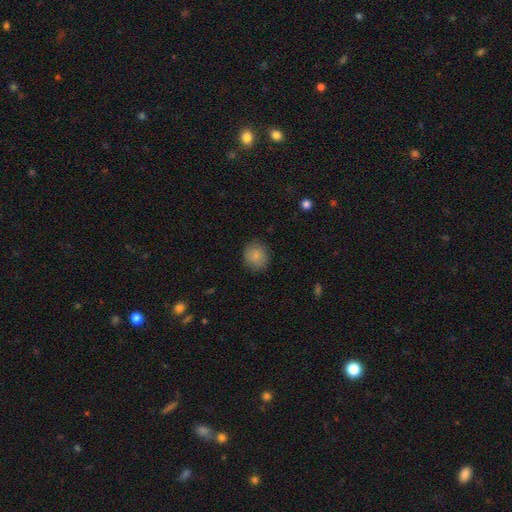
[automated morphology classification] Smooth or featured?
  - smooth: 85% *
  - star or artifact: 8%
  - featured or disk: 7%
How rounded?
  - round: 79% *
  - in between: 20%
  - cigar-shaped: 1%
Merging?
  - none: 86% *
  - minor disturbance: 10%
  - major disturbance: 3%
  - merger: 1%